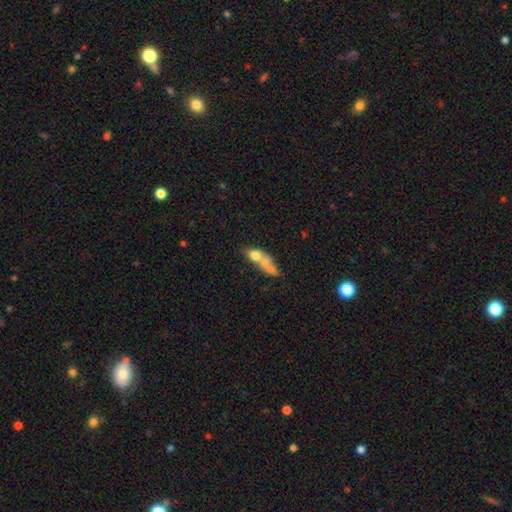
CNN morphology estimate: This is possibly a smooth galaxy (59%). How rounded: likely in between (62%). Merging: likely merger (64%).